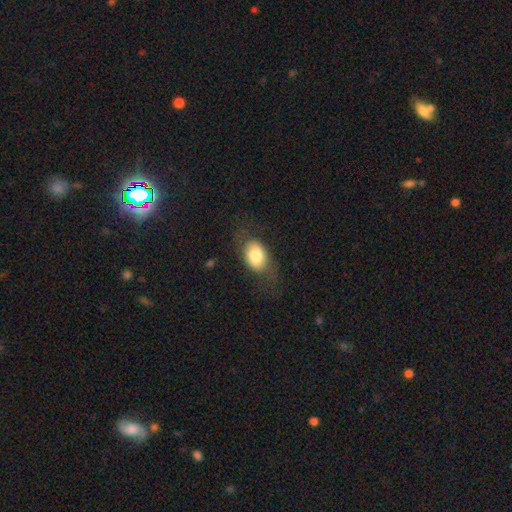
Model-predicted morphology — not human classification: The model was most divided on "merging": none: 65%, minor disturbance: 20%, major disturbance: 14%, merger: 1%. More confident: how rounded — in between (80%); smooth or featured — smooth (73%).